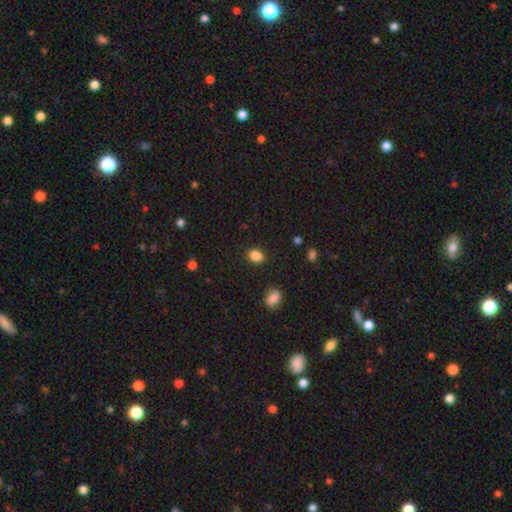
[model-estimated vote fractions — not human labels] Overall: smooth (86%). How rounded: in between (57%; round 42%). Merging: none (87%).